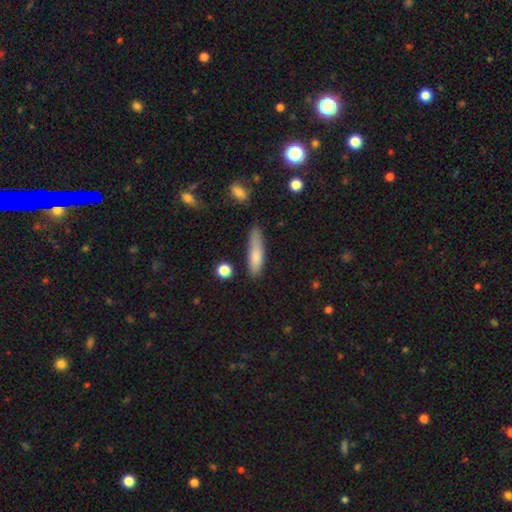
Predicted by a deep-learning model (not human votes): smooth 80%, featured or disk 13%, star or artifact 7%. Down the decision tree: how rounded — cigar-shaped (71%); merging — none (60%).